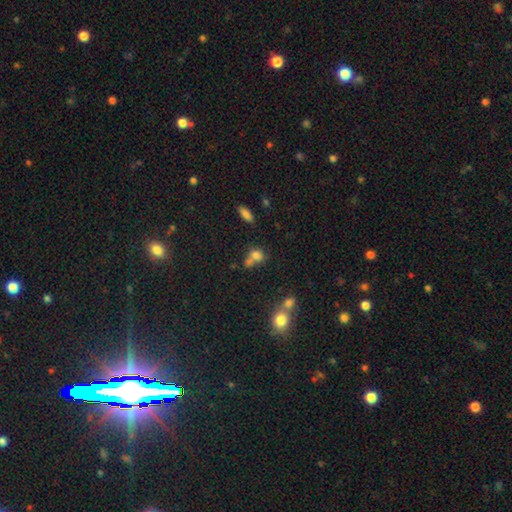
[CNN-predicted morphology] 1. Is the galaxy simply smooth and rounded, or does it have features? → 74% smooth, 15% star or artifact, 11% featured or disk.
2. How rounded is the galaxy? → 51% in between, 47% round, 2% cigar-shaped.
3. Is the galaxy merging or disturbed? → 47% merger, 35% none, 12% minor disturbance, 6% major disturbance.